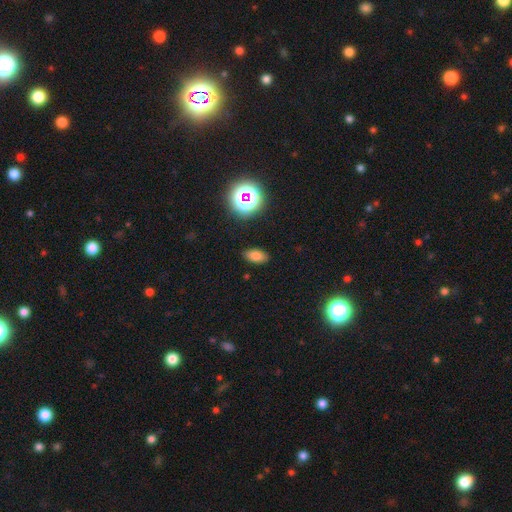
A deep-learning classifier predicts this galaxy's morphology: smooth_or_featured: smooth (p=0.75) [alt: star or artifact p=0.17]
how_rounded: in between (p=0.89) [alt: round p=0.07]
merging: none (p=0.88) [alt: minor disturbance p=0.09]